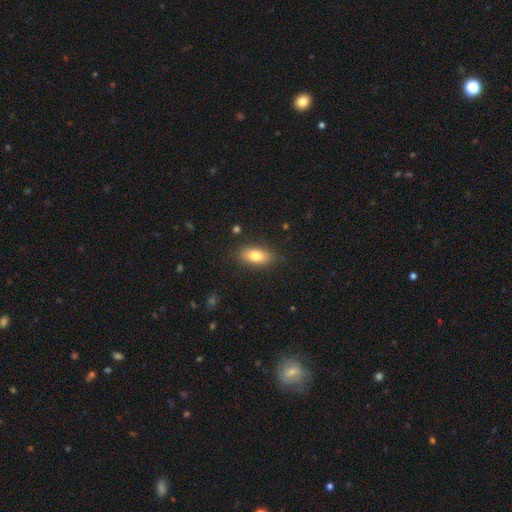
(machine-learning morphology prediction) Q: Smooth or featured?
A: smooth (77%); runner-up: featured or disk (15%)
Q: How rounded?
A: in between (82%); runner-up: cigar-shaped (14%)
Q: Merging?
A: none (86%); runner-up: minor disturbance (10%)